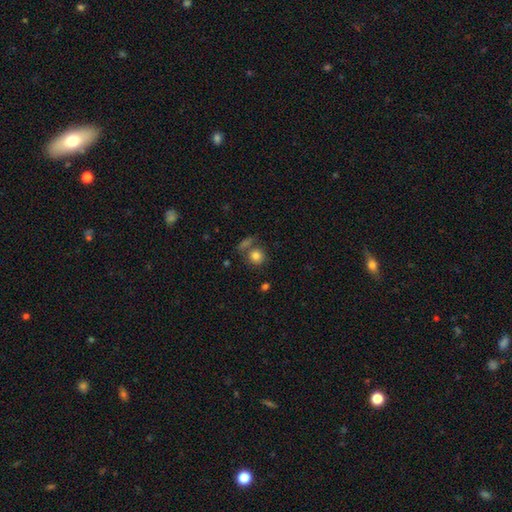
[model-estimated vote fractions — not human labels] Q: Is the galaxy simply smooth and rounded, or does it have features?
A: smooth — 81%.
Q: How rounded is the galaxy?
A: round — 84%.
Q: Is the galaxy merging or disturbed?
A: none — 60%.